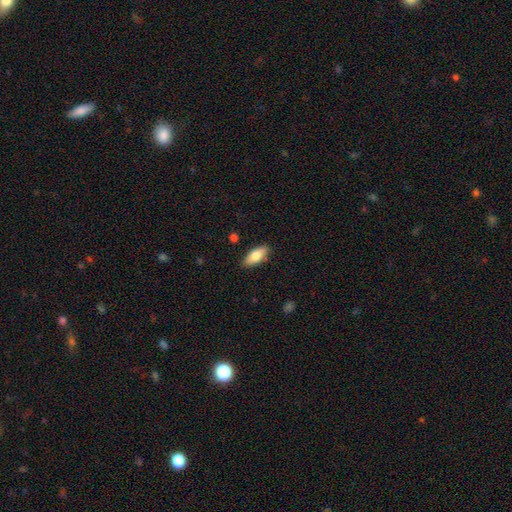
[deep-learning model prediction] smooth 76%, featured or disk 18%, star or artifact 6%. Down the decision tree: how rounded — in between (83%); merging — none (87%).